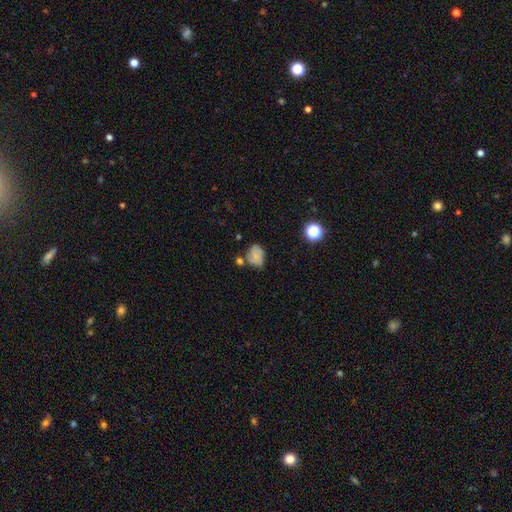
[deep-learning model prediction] Morphology: type=smooth (57%); roundness=in between (63%); merging=none (48%).